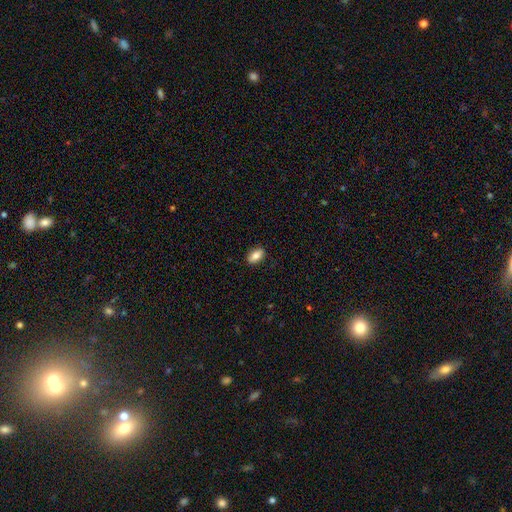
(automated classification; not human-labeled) This is clearly a smooth galaxy (83%). How rounded: clearly in between (90%). Merging: clearly none (89%).